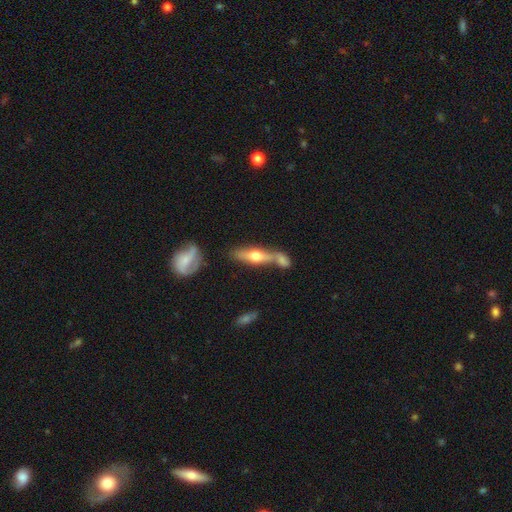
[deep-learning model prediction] Smooth or featured: featured or disk — 47% (smooth — 46%)
Merging: none — 44% (merger — 39%)